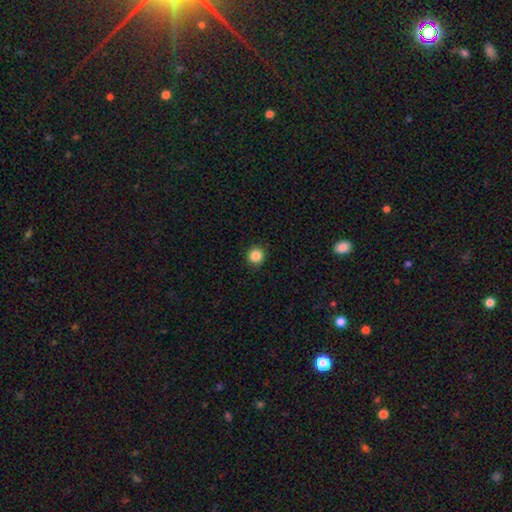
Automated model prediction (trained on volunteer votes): Smooth or featured? smooth (87%)
How rounded? round (94%)
Merging? none (92%)